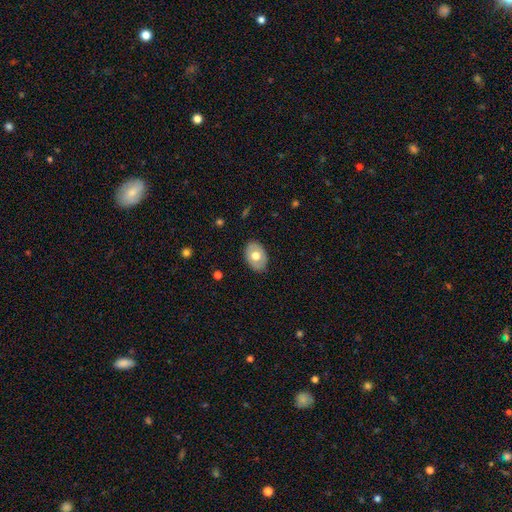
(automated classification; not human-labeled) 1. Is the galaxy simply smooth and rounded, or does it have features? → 60% smooth, 34% featured or disk, 6% star or artifact.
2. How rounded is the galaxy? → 79% in between, 20% round, 1% cigar-shaped.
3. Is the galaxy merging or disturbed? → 85% none, 11% minor disturbance, 3% major disturbance, 1% merger.